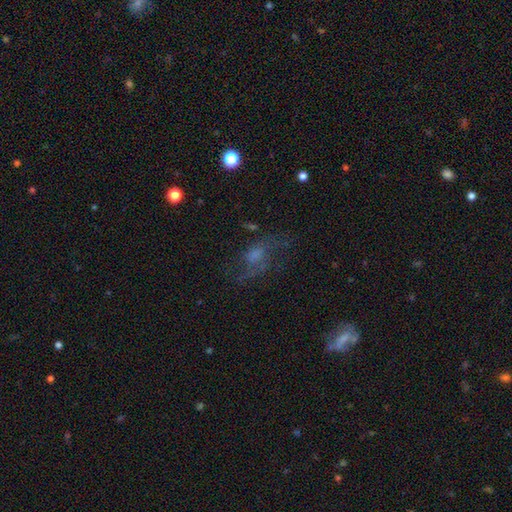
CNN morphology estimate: A featured or disk galaxy (48%). Merging: none (48%).